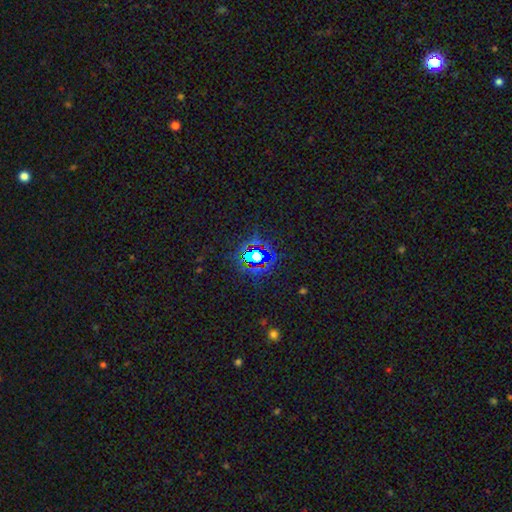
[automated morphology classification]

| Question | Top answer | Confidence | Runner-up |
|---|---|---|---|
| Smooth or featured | star or artifact | 75% | smooth (14%) |